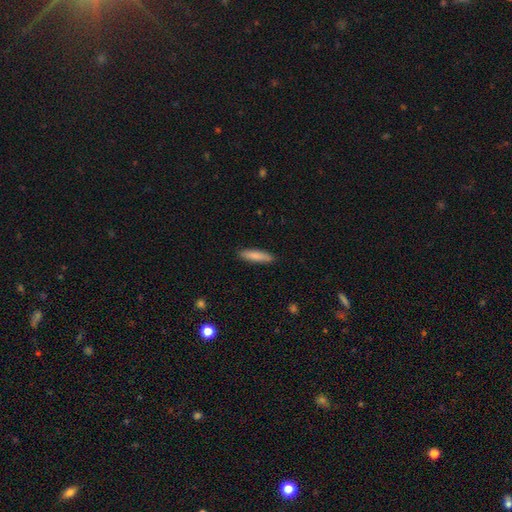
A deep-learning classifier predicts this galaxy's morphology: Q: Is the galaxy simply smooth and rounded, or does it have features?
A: smooth — 84%.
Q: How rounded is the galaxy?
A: cigar-shaped — 76%.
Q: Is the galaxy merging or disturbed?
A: none — 88%.